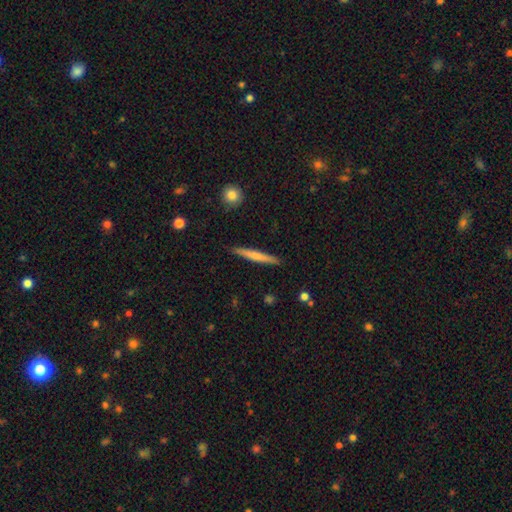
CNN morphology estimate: Q: Smooth or featured?
A: smooth (62%); runner-up: featured or disk (33%)
Q: How rounded?
A: cigar-shaped (95%); runner-up: in between (3%)
Q: Merging?
A: none (89%); runner-up: minor disturbance (8%)